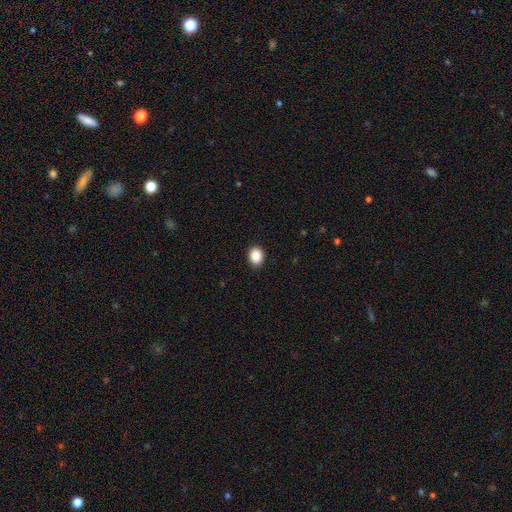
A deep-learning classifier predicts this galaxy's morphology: The model was most divided on "how rounded": round: 51%, in between: 48%, cigar-shaped: 1%. More confident: merging — none (89%); smooth or featured — smooth (88%).